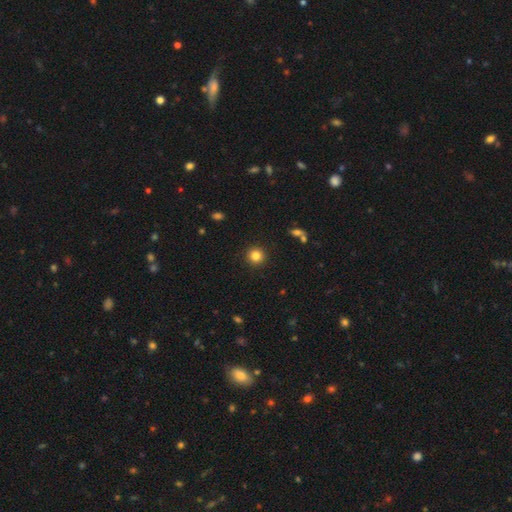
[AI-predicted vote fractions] Smooth or featured? Predicted: smooth (p=0.84). How rounded? Predicted: round (p=0.94). Merging? Predicted: none (p=0.92).